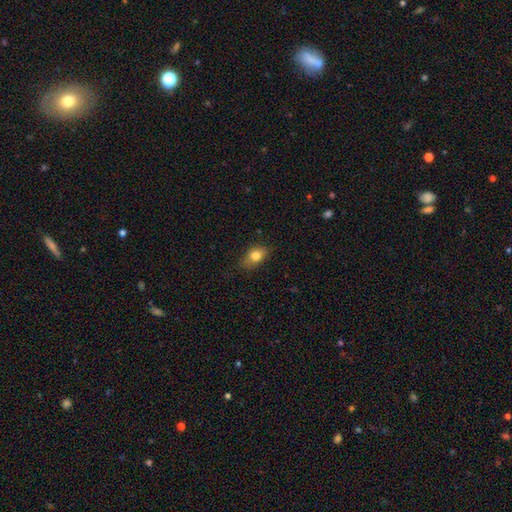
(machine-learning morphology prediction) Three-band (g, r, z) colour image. It shows a smooth galaxy with no disk features (80%) that is in between round and cigar-shaped (78%). Merging: none (74%).